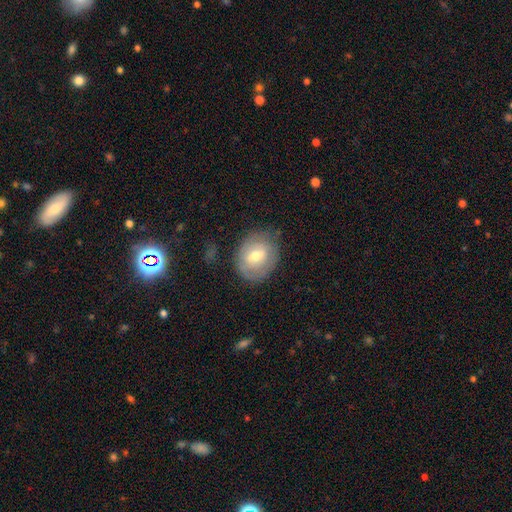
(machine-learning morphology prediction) Smooth or featured: smooth — 50% (featured or disk — 43%)
Merging: none — 72% (minor disturbance — 20%)